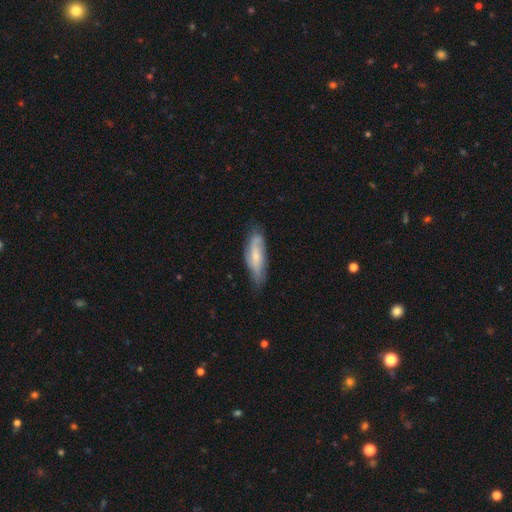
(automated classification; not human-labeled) Smooth or featured: featured or disk — 50% (smooth — 44%)
Merging: none — 64% (minor disturbance — 27%)